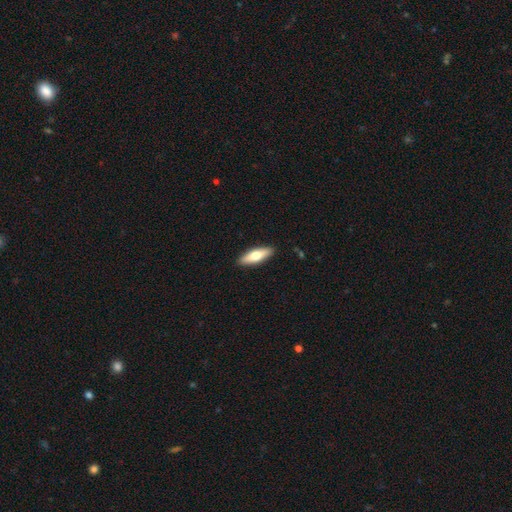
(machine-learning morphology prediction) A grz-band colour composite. It shows a smooth galaxy with no disk features (64%) that is in between round and cigar-shaped (52%). Merging: none (90%).